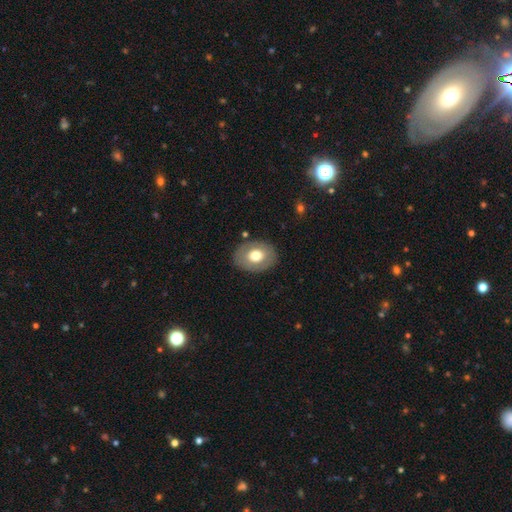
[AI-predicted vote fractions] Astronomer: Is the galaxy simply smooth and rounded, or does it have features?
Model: smooth — 63%.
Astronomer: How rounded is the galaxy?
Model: in between — 64%.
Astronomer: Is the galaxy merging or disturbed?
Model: none — 85%.